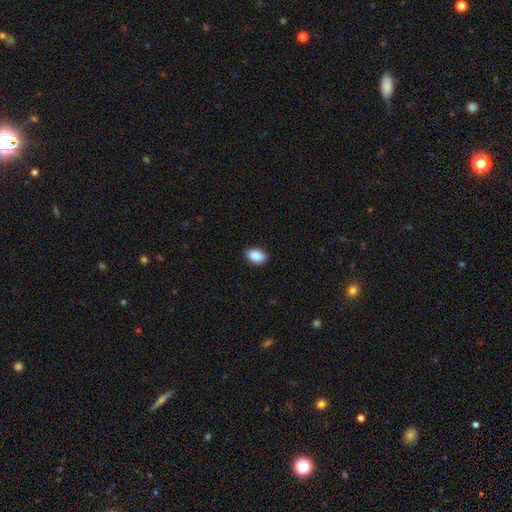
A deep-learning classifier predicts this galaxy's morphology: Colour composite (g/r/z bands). It shows a smooth galaxy with no disk features (87%) that is in between round and cigar-shaped (89%). Merging: none (89%).